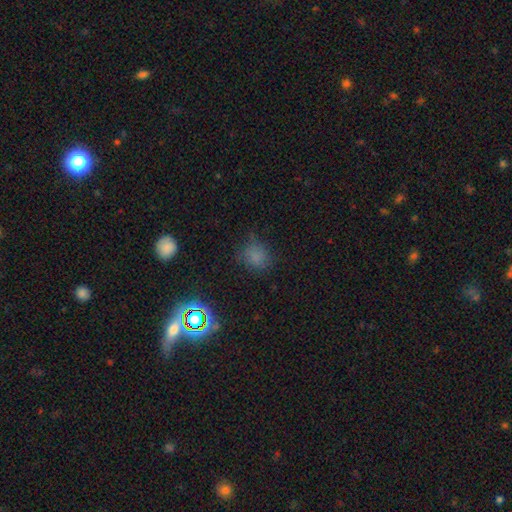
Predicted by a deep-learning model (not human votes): smooth_or_featured: smooth (p=0.69) [alt: star or artifact p=0.24]
how_rounded: round (p=0.71) [alt: in between p=0.28]
merging: none (p=0.70) [alt: minor disturbance p=0.20]